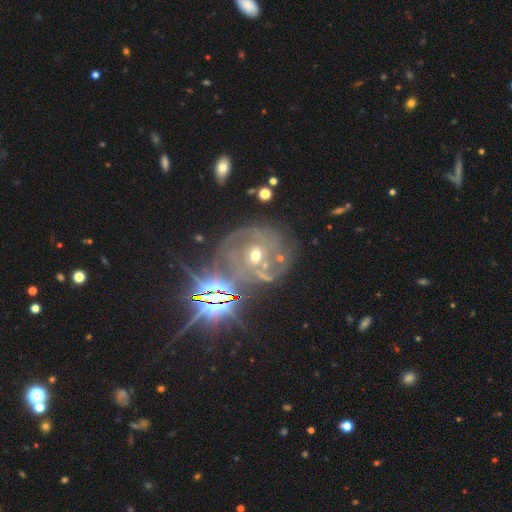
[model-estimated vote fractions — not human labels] Smooth or featured?
  - featured or disk: 65% *
  - star or artifact: 20%
  - smooth: 15%
Edge-on disk?
  - no: 96% *
  - yes: 4%
Bar?
  - no: 49% *
  - weak: 35%
  - strong: 16%
Spiral arms?
  - yes: 79% *
  - no: 21%
Bulge size?
  - moderate: 64% *
  - small: 28%
  - large: 5%
  - none: 2%
  - dominant: 1%
Merging?
  - none: 54% *
  - minor disturbance: 16%
  - major disturbance: 16%
  - merger: 14%